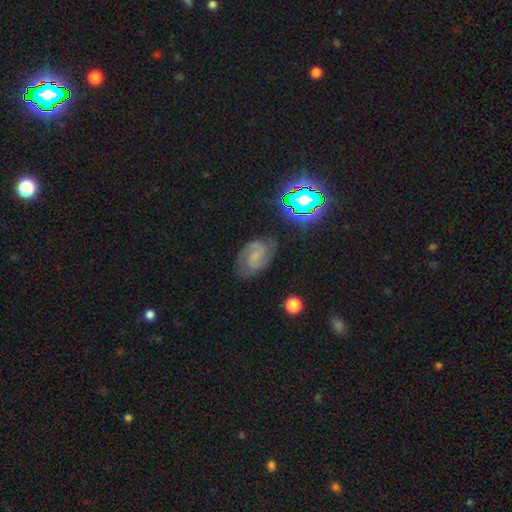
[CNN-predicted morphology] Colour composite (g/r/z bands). It shows a featured or disk galaxy (74%) with a weak bar (47%), 2 (85%) medium (48%) spiral arms (96%) and no central bulge (41%). Merging: none (75%).